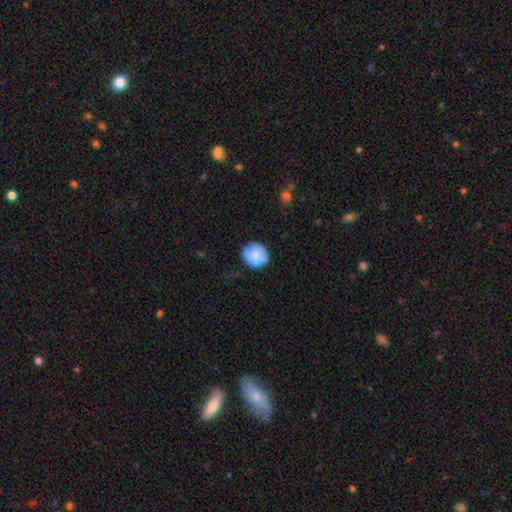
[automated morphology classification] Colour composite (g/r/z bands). It shows a smooth galaxy with no disk features (75%) that is round (86%). Merging: none (74%).